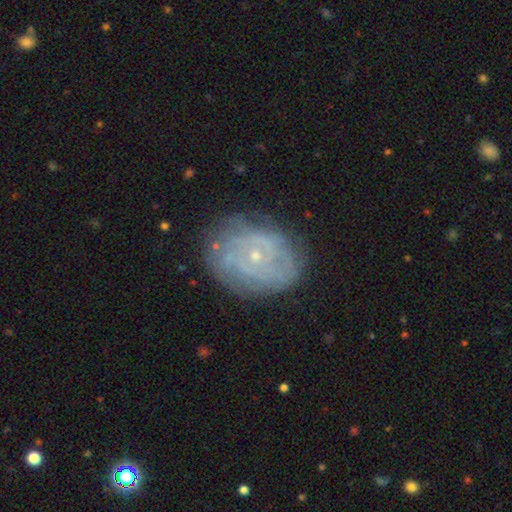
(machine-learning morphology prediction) This is likely a featured or disk galaxy (75%). It is clearly not viewed edge-on (97%). Bar: clearly no (80%). Spiral arm pattern: clearly yes (83%). Spiral arm count: possibly can't tell (49%). Spiral winding: likely tight (73%). Central bulge: likely small (79%). Merging: likely none (77%).